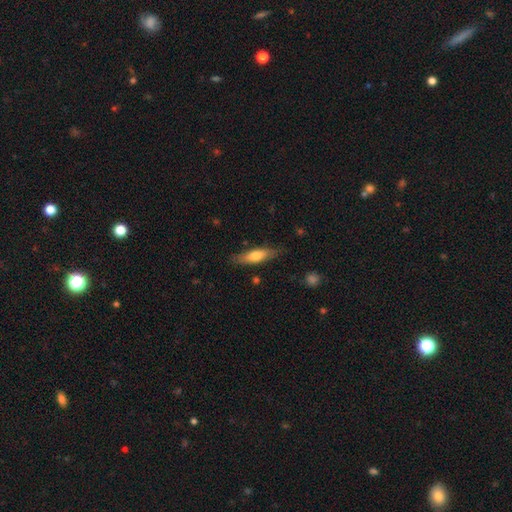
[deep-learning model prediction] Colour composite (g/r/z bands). It shows a smooth galaxy with no disk features (64%) that is cigar-shaped (63%). Merging: none (82%).